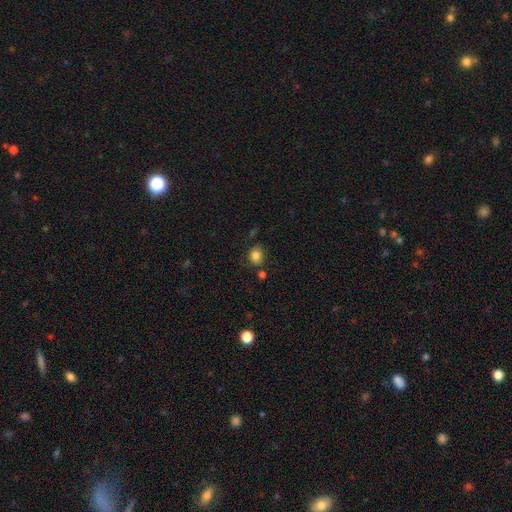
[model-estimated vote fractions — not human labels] This is clearly a smooth galaxy (84%). How rounded: likely round (68%). Merging: likely none (74%).